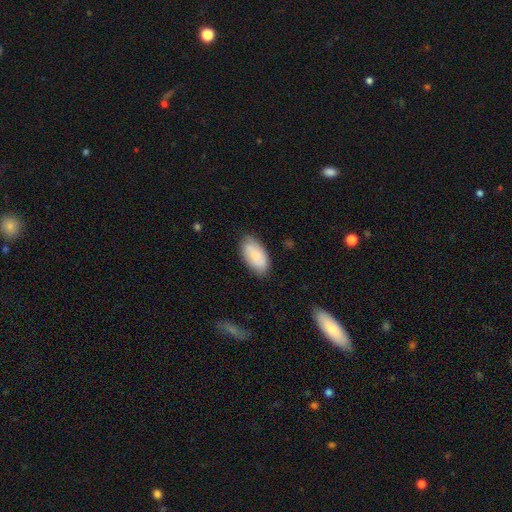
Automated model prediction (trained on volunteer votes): smooth 78%, featured or disk 16%, star or artifact 6%. Down the decision tree: how rounded — in between (94%); merging — none (77%).